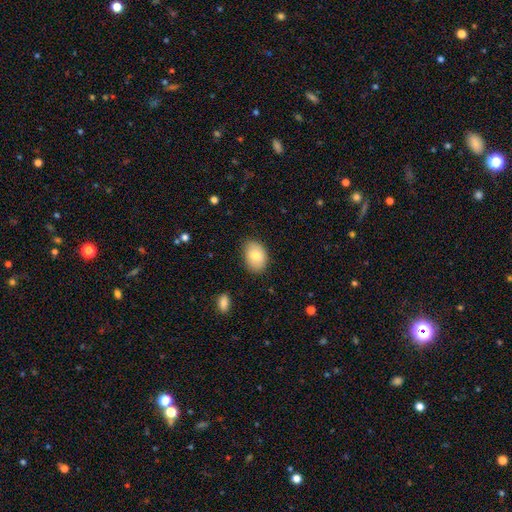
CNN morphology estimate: Overall: smooth (78%). How rounded: in between (83%). Merging: none (81%).